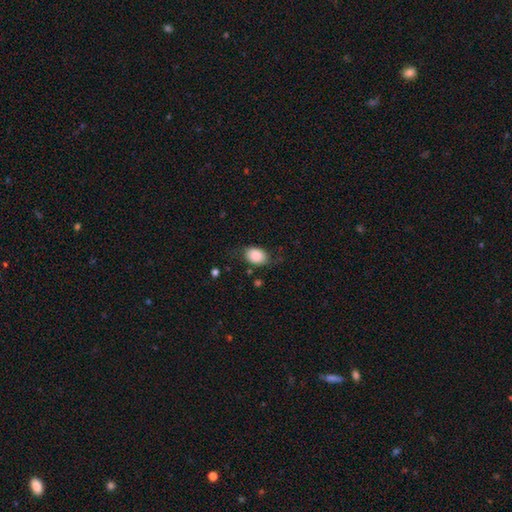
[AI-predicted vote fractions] Smooth or featured?
  - smooth: 82% *
  - featured or disk: 10%
  - star or artifact: 7%
How rounded?
  - in between: 75% *
  - round: 24%
  - cigar-shaped: 1%
Merging?
  - none: 70% *
  - minor disturbance: 21%
  - major disturbance: 8%
  - merger: 2%